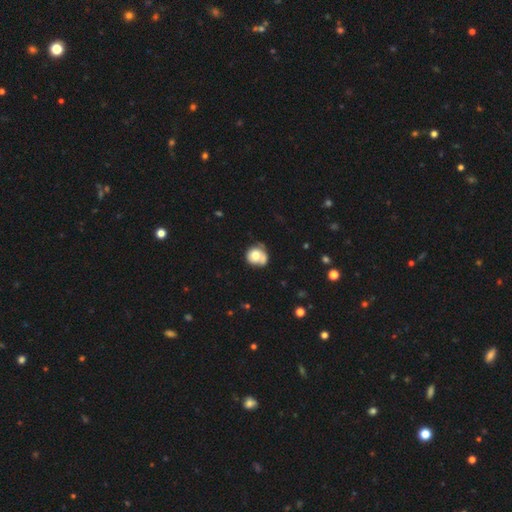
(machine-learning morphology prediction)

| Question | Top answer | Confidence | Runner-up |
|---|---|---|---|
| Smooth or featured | smooth | 66% | featured or disk (26%) |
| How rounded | round | 82% | in between (17%) |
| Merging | none | 43% | minor disturbance (23%) |